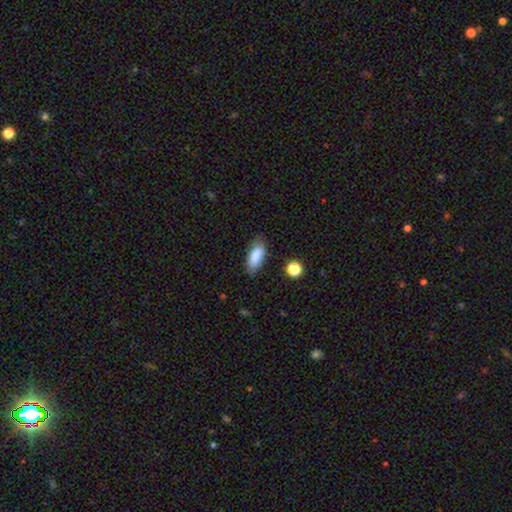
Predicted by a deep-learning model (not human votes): Smooth or featured?
  - smooth: 85% *
  - featured or disk: 8%
  - star or artifact: 8%
How rounded?
  - in between: 81% *
  - cigar-shaped: 17%
  - round: 2%
Merging?
  - none: 75% *
  - minor disturbance: 19%
  - major disturbance: 4%
  - merger: 2%